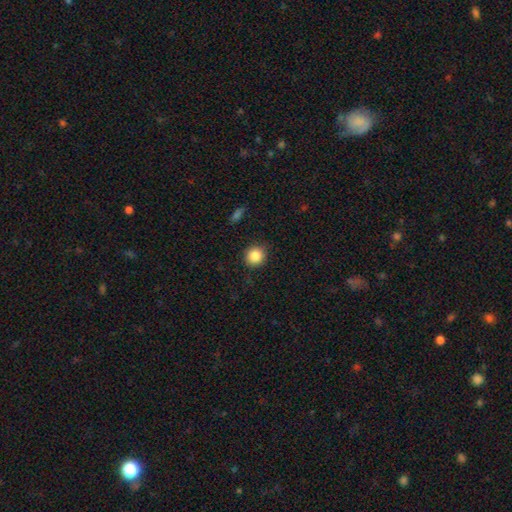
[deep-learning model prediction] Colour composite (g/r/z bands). It shows a smooth galaxy with no disk features (86%) that is round (91%). Merging: none (89%).